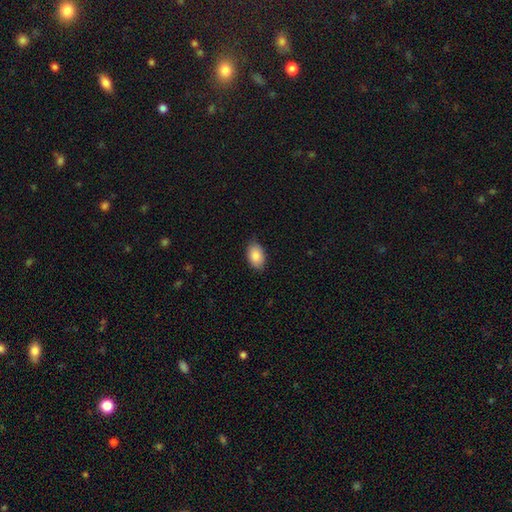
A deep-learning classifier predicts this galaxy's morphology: This appears to be a smooth galaxy with no disk features (89%) that is in between round and cigar-shaped (91%). Merging: none (85%).